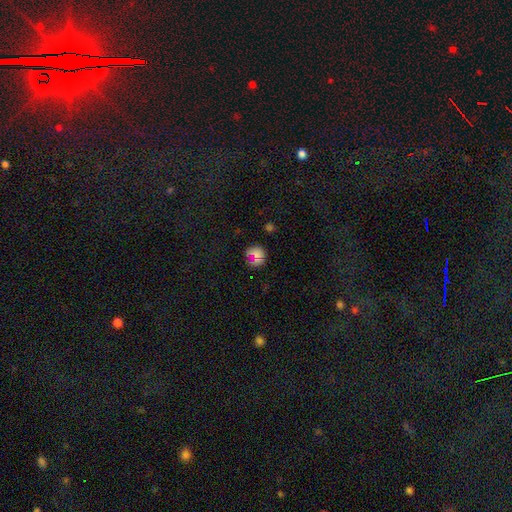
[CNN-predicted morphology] smooth_or_featured: smooth (p=0.66) [alt: star or artifact p=0.21]
how_rounded: round (p=0.89) [alt: in between p=0.10]
merging: none (p=0.72) [alt: minor disturbance p=0.15]